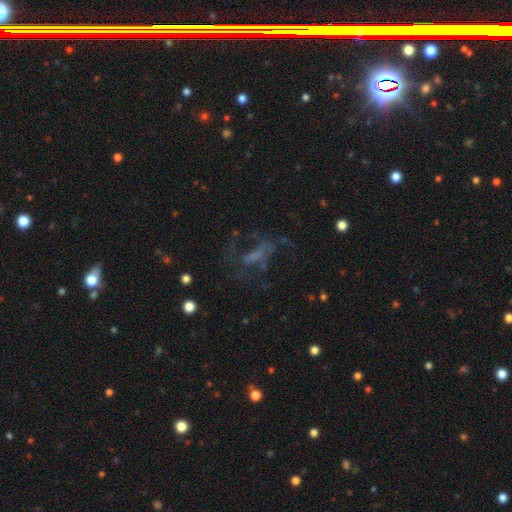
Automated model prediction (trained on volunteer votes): Morphology: type=featured or disk (49%); merging=none (41%).